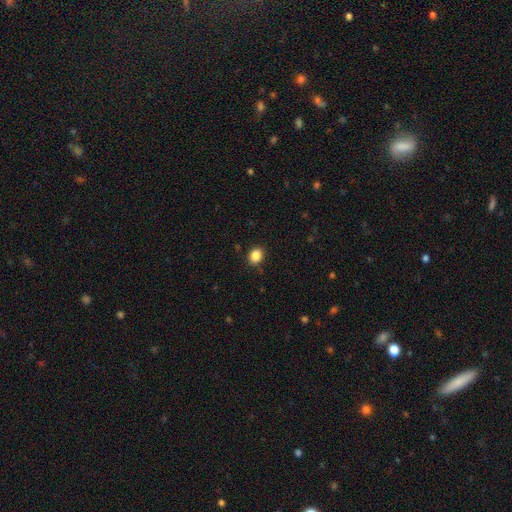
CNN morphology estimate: Smooth or featured? Predicted: smooth (p=0.87). How rounded? Predicted: round (p=0.61). Merging? Predicted: none (p=0.89).